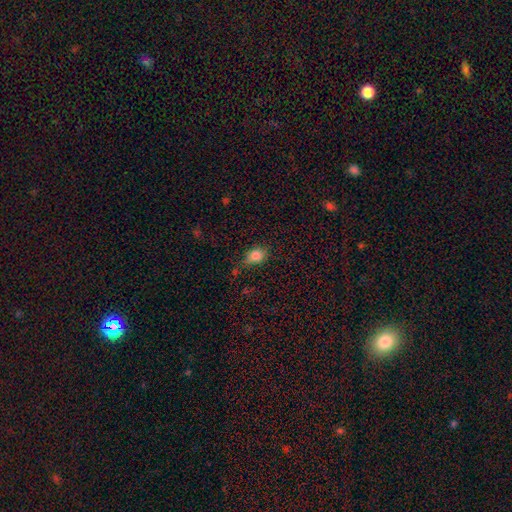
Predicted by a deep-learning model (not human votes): Overall: smooth (84%). How rounded: in between (65%; round 33%). Merging: none (64%; minor disturbance 26%).